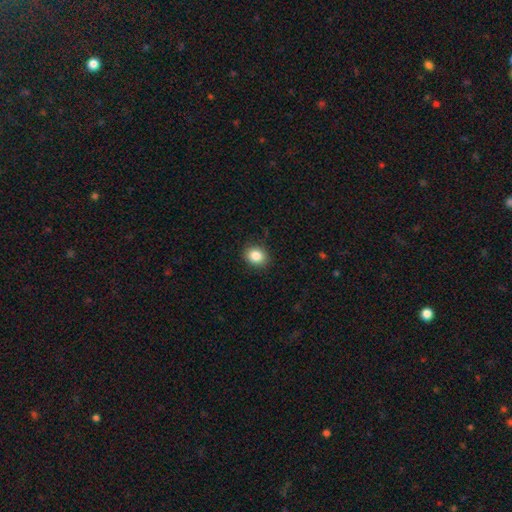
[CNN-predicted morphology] smooth_or_featured: smooth (p=0.86) [alt: star or artifact p=0.09]
how_rounded: round (p=0.57) [alt: in between p=0.42]
merging: none (p=0.88) [alt: minor disturbance p=0.08]